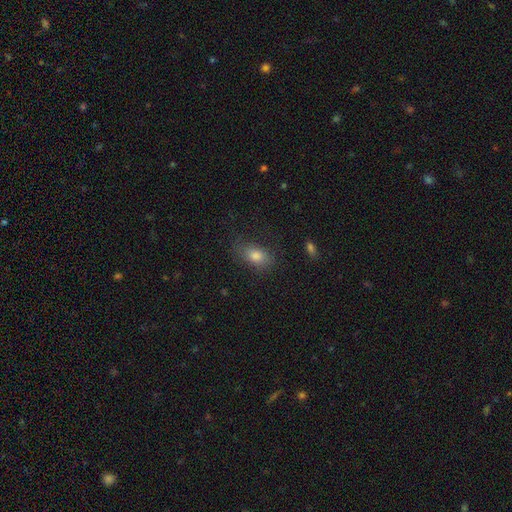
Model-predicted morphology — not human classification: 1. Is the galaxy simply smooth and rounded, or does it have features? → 78% smooth, 11% featured or disk, 11% star or artifact.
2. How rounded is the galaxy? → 85% in between, 11% round, 4% cigar-shaped.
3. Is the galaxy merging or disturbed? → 74% none, 18% minor disturbance, 7% major disturbance, 1% merger.